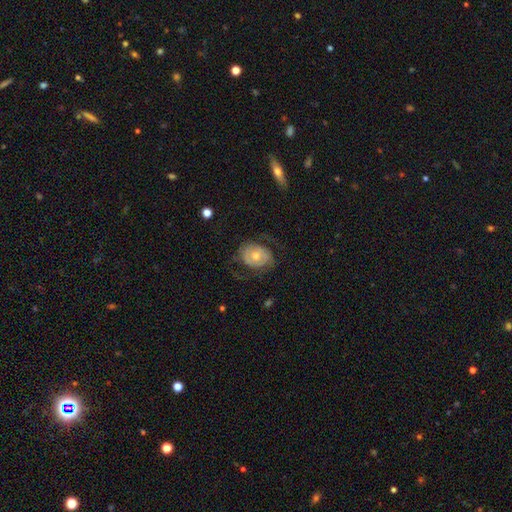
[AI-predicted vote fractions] This is likely a featured or disk galaxy (62%). It is clearly not viewed edge-on (95%). Bar: likely no (76%). Spiral arm pattern: likely yes (63%). Central bulge: likely moderate (63%). Merging: likely none (63%).